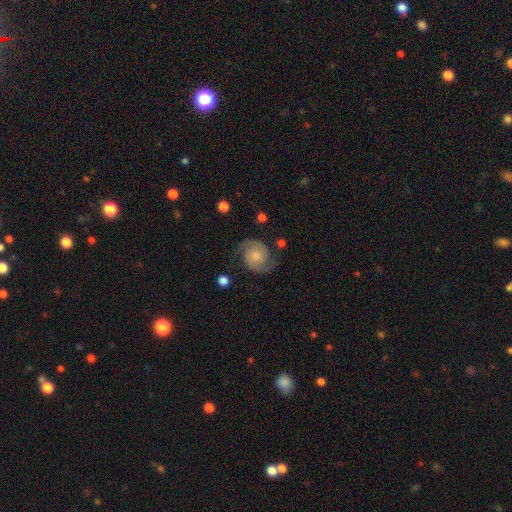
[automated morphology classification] A featured or disk galaxy (82%) with no bar (71%), 2 (93%) medium (50%) spiral arms (97%) and a moderate central bulge (38%).

Vote fractions:
- Smooth or featured? featured or disk: 82% / smooth: 11% / star or artifact: 6%
- Edge-on disk? no: 98% / yes: 2%
- Bar? no: 71% / weak: 24% / strong: 4%
- Spiral arms? yes: 97% / no: 3%
- Spiral winding? medium: 50% / tight: 30% / loose: 19%
- Spiral arm count? 2: 93% / can't tell: 2% / 1: 1% / 3: 1% / 4: 1% / more than 4: 1%
- Bulge size? moderate: 38% / small: 35% / none: 15% / large: 9% / dominant: 2%
- Merging? none: 79% / minor disturbance: 14% / major disturbance: 5% / merger: 2%